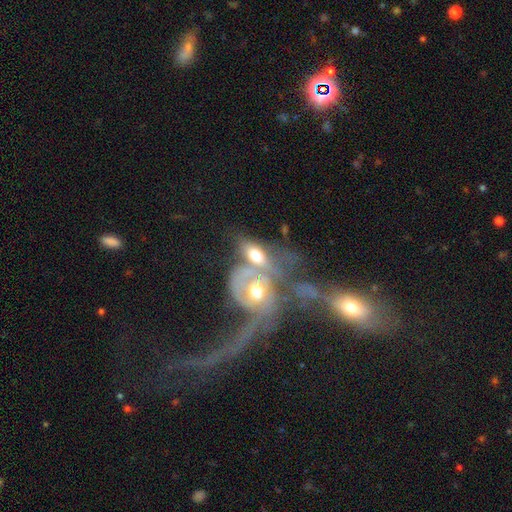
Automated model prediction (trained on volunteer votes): Smooth or featured?
  - featured or disk: 51% *
  - smooth: 41%
  - star or artifact: 8%
Edge-on disk?
  - no: 90% *
  - yes: 10%
Merging?
  - merger: 64% *
  - none: 15%
  - major disturbance: 12%
  - minor disturbance: 9%